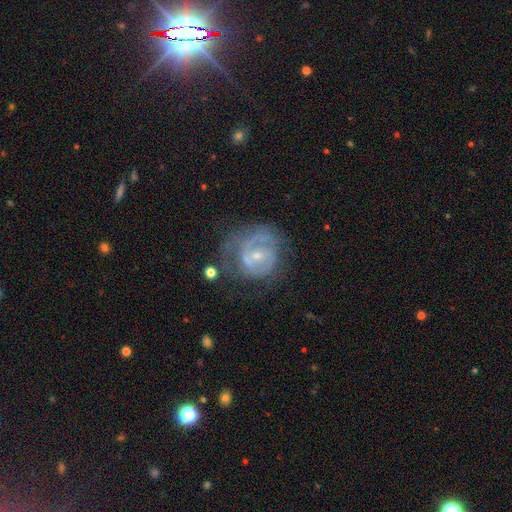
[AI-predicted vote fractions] smooth-or-featured: featured or disk: 75% | smooth: 17% | star or artifact: 8%
  disk-edge-on: no: 98% | yes: 2%
    bar: no: 53% | weak: 38% | strong: 9%
    has-spiral-arms: yes: 76% | no: 24%
      spiral-winding: tight: 56% | medium: 32% | loose: 12%
      spiral-arm-count: can't tell: 39% | 2: 34% | 1: 13% | 3: 9% | 4: 3% | more than 4: 3%
    bulge-size: small: 67% | moderate: 28% | none: 3% | large: 1% | dominant: 1%
  merging: none: 50% | minor disturbance: 23% | major disturbance: 21% | merger: 5%